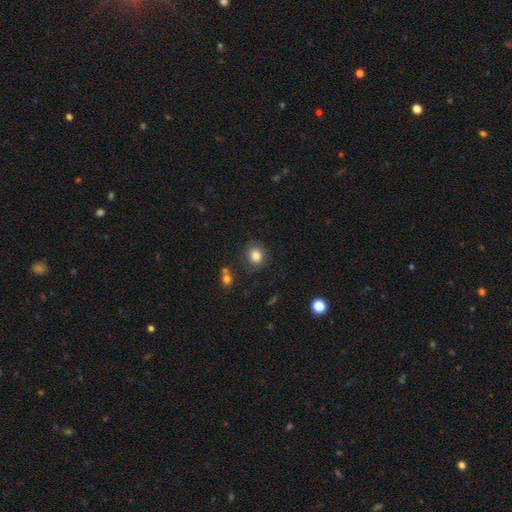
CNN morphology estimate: Smooth or featured: smooth — 83% (star or artifact — 10%)
How rounded: round — 69% (in between — 30%)
Merging: none — 79% (minor disturbance — 13%)